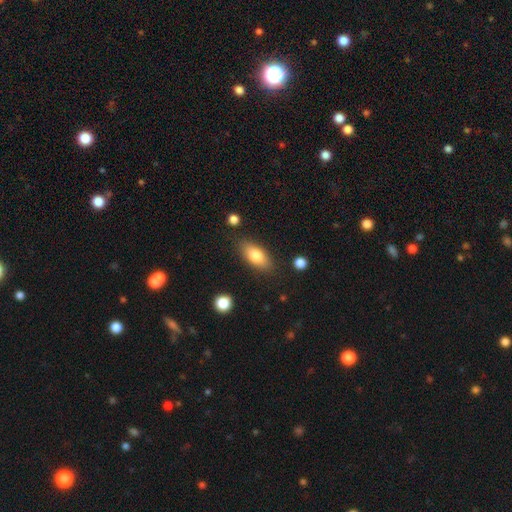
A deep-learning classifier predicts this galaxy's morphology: This is likely a smooth galaxy (77%). How rounded: clearly in between (85%). Merging: clearly none (83%).